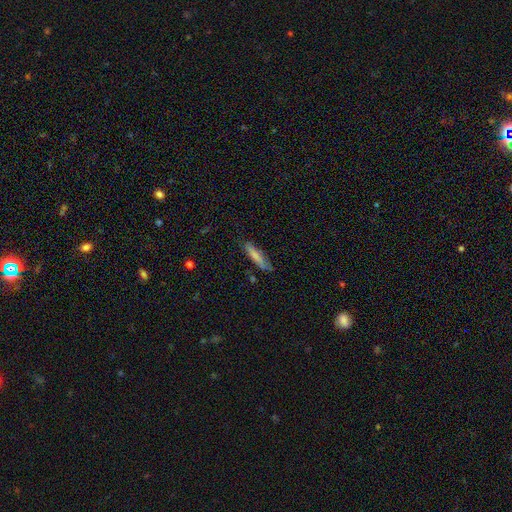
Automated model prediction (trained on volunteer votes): Overall: smooth (73%). How rounded: cigar-shaped (83%). Merging: none (75%).